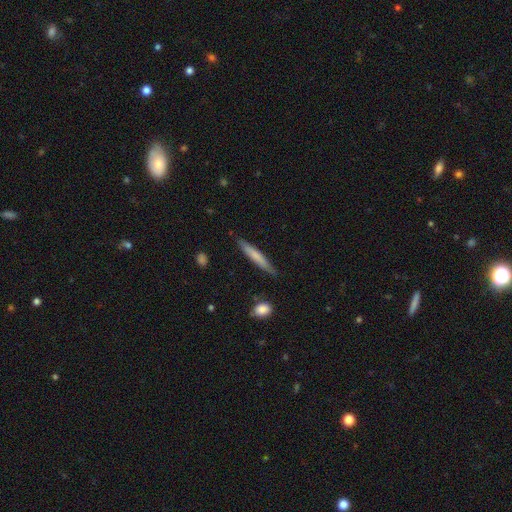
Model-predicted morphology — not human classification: smooth 65%, featured or disk 29%, star or artifact 6%. Down the decision tree: how rounded — cigar-shaped (94%); merging — none (85%).